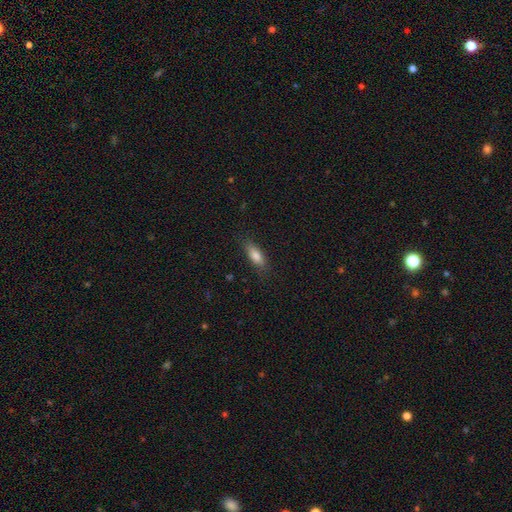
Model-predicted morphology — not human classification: smooth_or_featured: smooth (p=0.81) [alt: featured or disk p=0.12]
how_rounded: in between (p=0.70) [alt: cigar-shaped p=0.28]
merging: none (p=0.81) [alt: minor disturbance p=0.14]